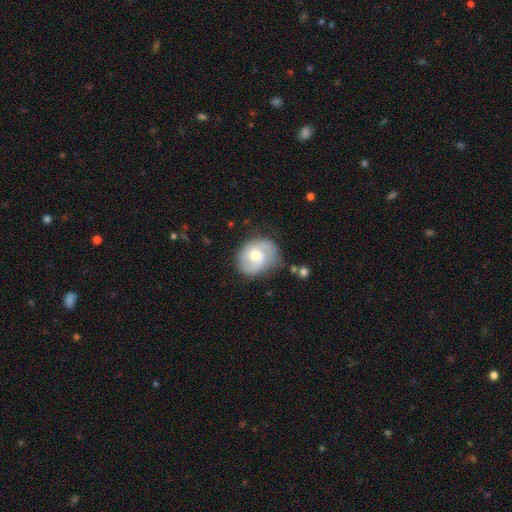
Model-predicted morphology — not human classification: Q: Smooth or featured?
A: featured or disk (78%); runner-up: smooth (17%)
Q: Edge-on disk?
A: no (98%); runner-up: yes (2%)
Q: Bar?
A: no (57%); runner-up: weak (38%)
Q: Spiral arms?
A: yes (95%); runner-up: no (5%)
Q: Spiral winding?
A: medium (50%); runner-up: tight (34%)
Q: Spiral arm count?
A: 2 (83%); runner-up: can't tell (7%)
Q: Bulge size?
A: moderate (64%); runner-up: small (27%)
Q: Merging?
A: none (72%); runner-up: minor disturbance (20%)